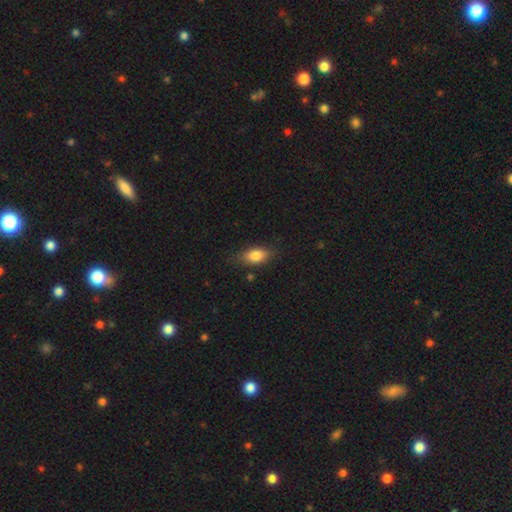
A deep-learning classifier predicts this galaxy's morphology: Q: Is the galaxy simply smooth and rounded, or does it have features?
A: smooth — 81%.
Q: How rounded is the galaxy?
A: in between — 86%.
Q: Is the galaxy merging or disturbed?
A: none — 78%.